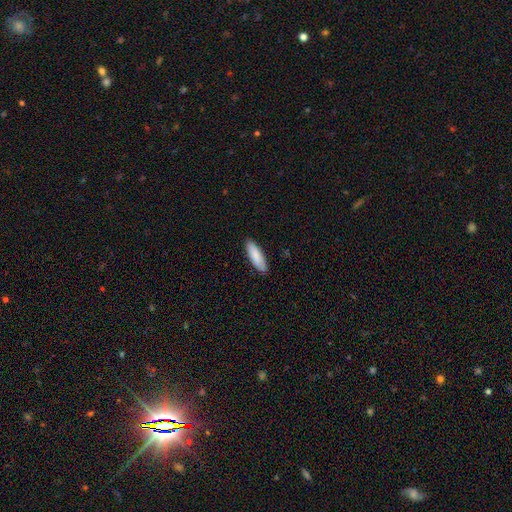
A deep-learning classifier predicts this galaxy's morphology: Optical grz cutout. It shows a smooth galaxy with no disk features (88%) that is in between round and cigar-shaped (49%, tied with cigar-shaped). Merging: none (89%).